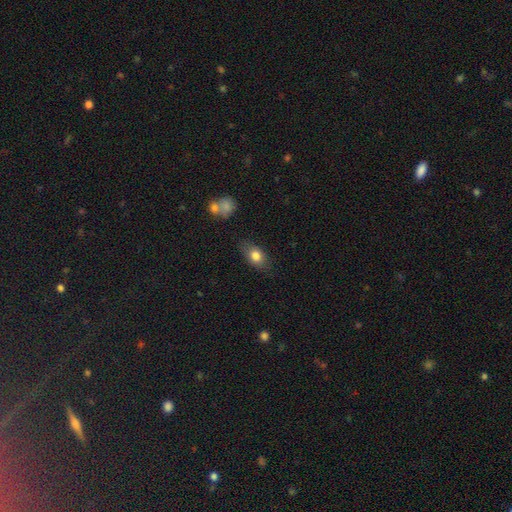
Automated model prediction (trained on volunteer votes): Smooth or featured? smooth (79%)
How rounded? in between (83%)
Merging? none (78%)